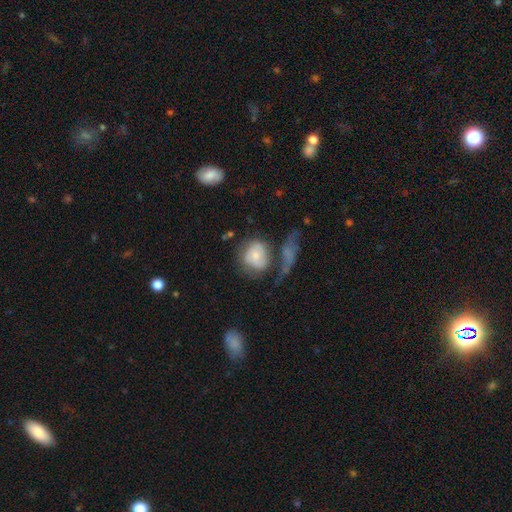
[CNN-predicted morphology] A smooth galaxy with no disk features (55%) that is round (70%).

Vote fractions:
- Smooth or featured? smooth: 55% / featured or disk: 38% / star or artifact: 7%
- How rounded? round: 70% / in between: 29% / cigar-shaped: 1%
- Merging? none: 34% / merger: 26% / major disturbance: 21% / minor disturbance: 19%